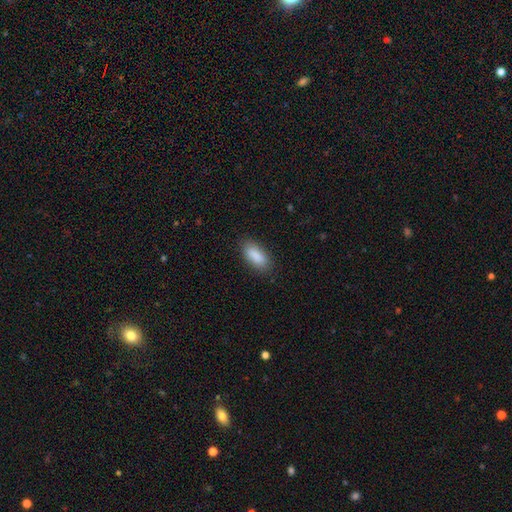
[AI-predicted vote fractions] Smooth or featured: smooth — 88% (star or artifact — 7%)
How rounded: in between — 83% (cigar-shaped — 15%)
Merging: none — 83% (minor disturbance — 12%)